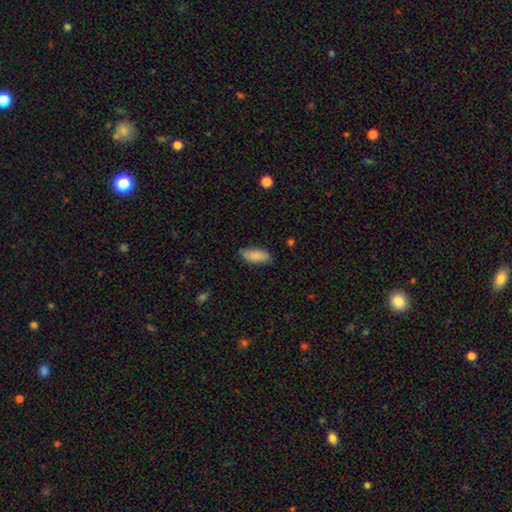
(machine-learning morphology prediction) smooth_or_featured: smooth (p=0.86) [alt: featured or disk p=0.08]
how_rounded: in between (p=0.87) [alt: cigar-shaped p=0.11]
merging: none (p=0.81) [alt: minor disturbance p=0.16]